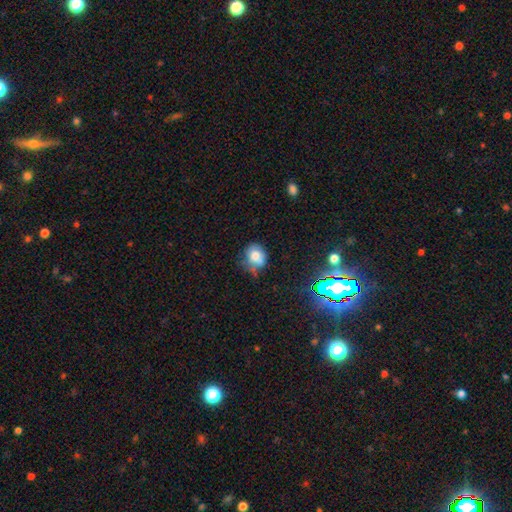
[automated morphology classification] A smooth galaxy with no disk features (71%) that is round (67%).

Vote fractions:
- Smooth or featured? smooth: 71% / featured or disk: 16% / star or artifact: 13%
- How rounded? round: 67% / in between: 32% / cigar-shaped: 1%
- Merging? none: 49% / minor disturbance: 32% / major disturbance: 10% / merger: 8%